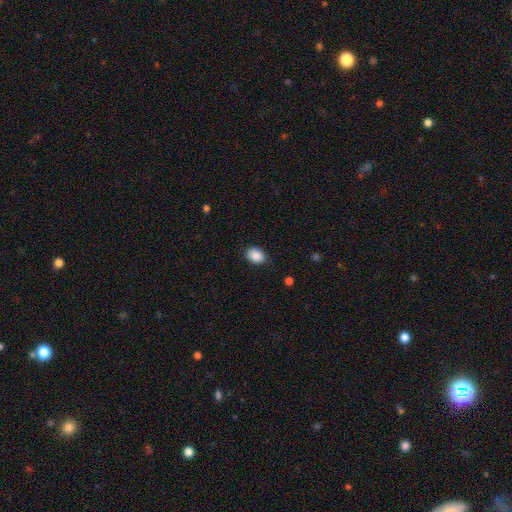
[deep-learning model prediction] A smooth galaxy with no disk features (88%) that is in between round and cigar-shaped (68%). Merging: none (80%).